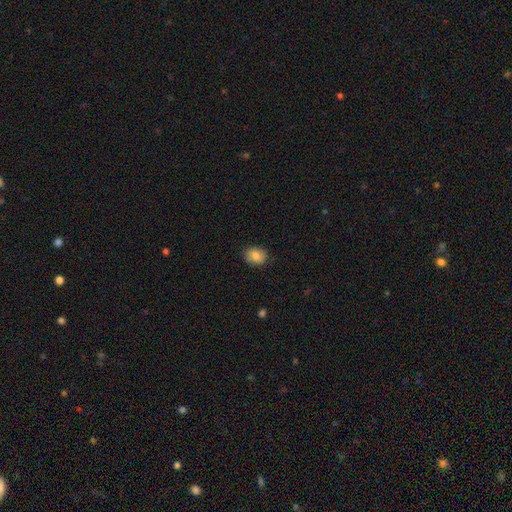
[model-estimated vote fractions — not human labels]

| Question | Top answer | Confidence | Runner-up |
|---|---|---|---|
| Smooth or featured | smooth | 81% | featured or disk (10%) |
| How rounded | in between | 52% | round (47%) |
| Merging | none | 84% | minor disturbance (12%) |